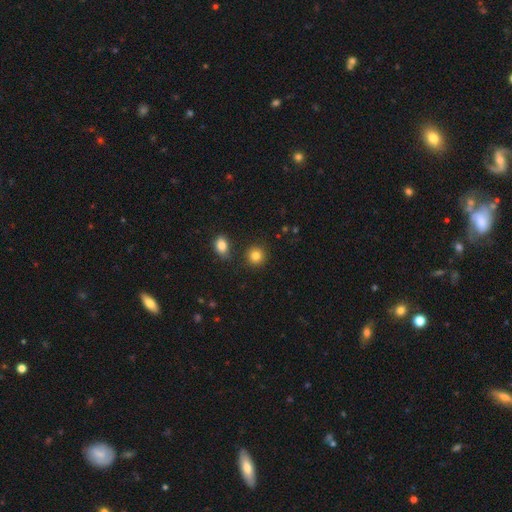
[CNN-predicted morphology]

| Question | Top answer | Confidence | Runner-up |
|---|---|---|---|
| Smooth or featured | smooth | 83% | star or artifact (11%) |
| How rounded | round | 88% | in between (11%) |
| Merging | none | 84% | minor disturbance (8%) |